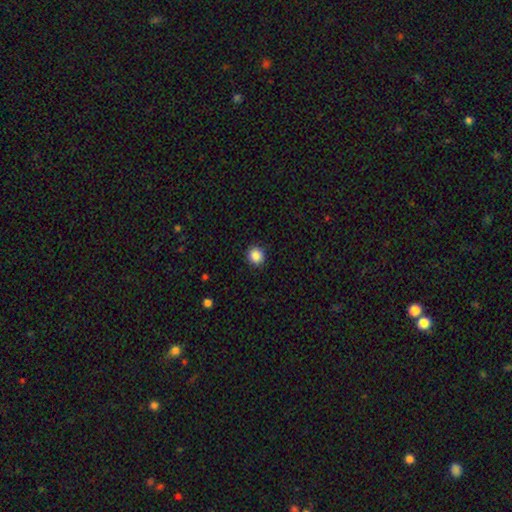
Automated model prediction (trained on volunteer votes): This appears to be a smooth galaxy with no disk features (87%) that is round (90%). Merging: none (91%).